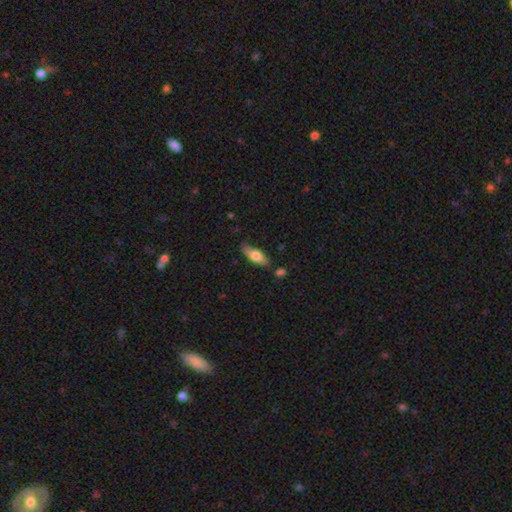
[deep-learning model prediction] This is likely a smooth galaxy (68%). How rounded: likely in between (67%). Merging: likely none (70%).